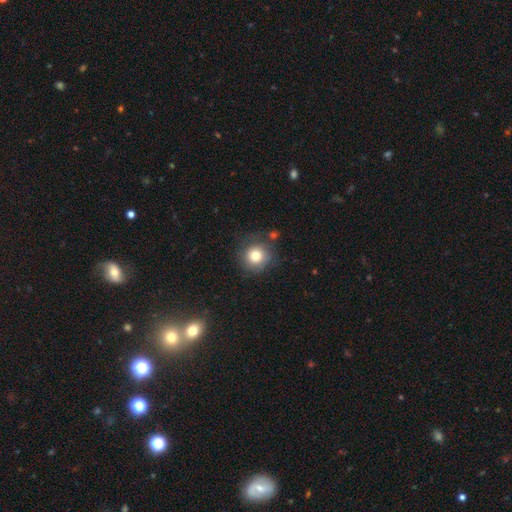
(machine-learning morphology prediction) smooth 80%, star or artifact 10%, featured or disk 10%. Down the decision tree: how rounded — round (92%); merging — none (77%).